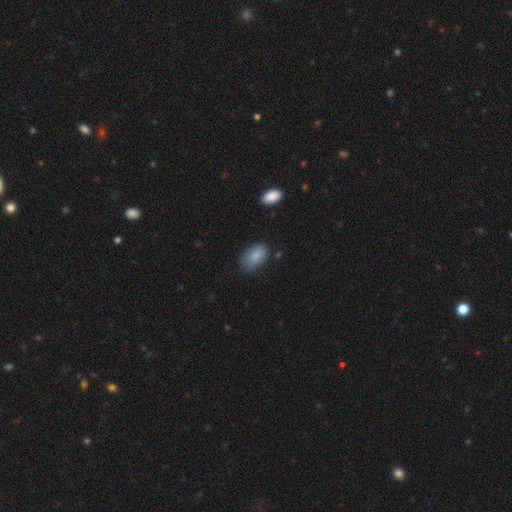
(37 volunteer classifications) smooth_or_featured: smooth (p=0.89) [alt: featured or disk p=0.08]
how_rounded: in between (p=0.85) [alt: round p=0.12]
merging: none (p=0.61) [alt: minor disturbance p=0.28]